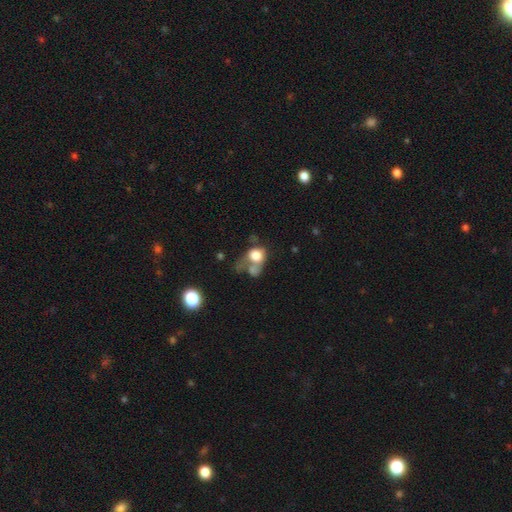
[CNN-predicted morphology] A smooth galaxy with no disk features (71%) that is round (61%).

Vote fractions:
- Smooth or featured? smooth: 71% / featured or disk: 18% / star or artifact: 11%
- How rounded? round: 61% / in between: 37% / cigar-shaped: 1%
- Merging? merger: 46% / major disturbance: 23% / none: 20% / minor disturbance: 11%